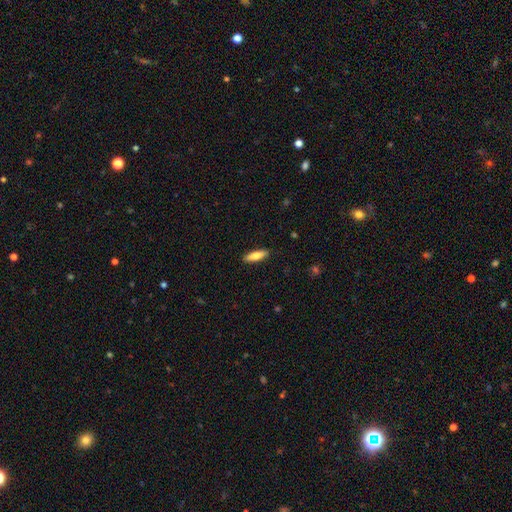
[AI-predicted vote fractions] Smooth or featured?
  - smooth: 76% *
  - featured or disk: 18%
  - star or artifact: 6%
How rounded?
  - cigar-shaped: 52% *
  - in between: 46%
  - round: 2%
Merging?
  - none: 89% *
  - minor disturbance: 8%
  - major disturbance: 2%
  - merger: 1%